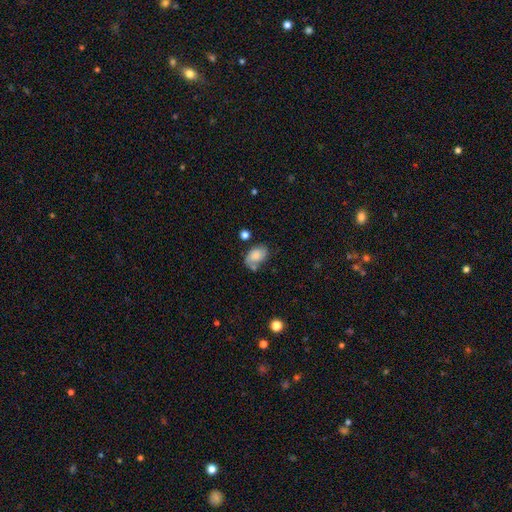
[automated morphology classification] Q: Smooth or featured?
A: smooth (55%); runner-up: featured or disk (35%)
Q: How rounded?
A: in between (82%); runner-up: round (17%)
Q: Merging?
A: none (47%); runner-up: minor disturbance (27%)